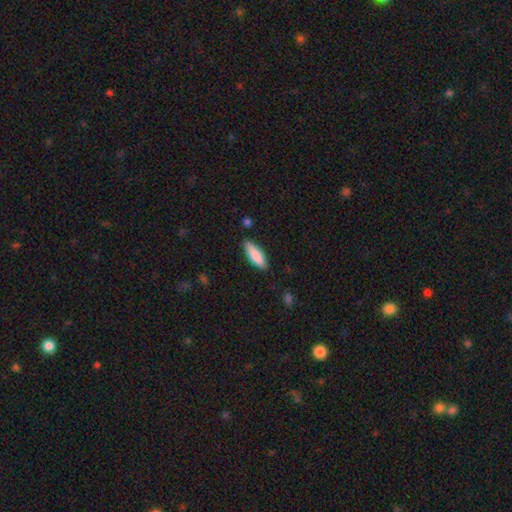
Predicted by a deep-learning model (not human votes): Smooth or featured? smooth (84%)
How rounded? in between (52%)
Merging? none (84%)